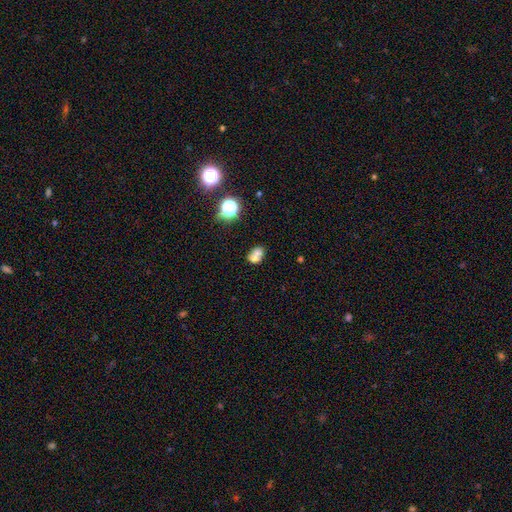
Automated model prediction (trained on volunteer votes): Morphology: type=smooth (65%); roundness=in between (51%); merging=merger (60%).